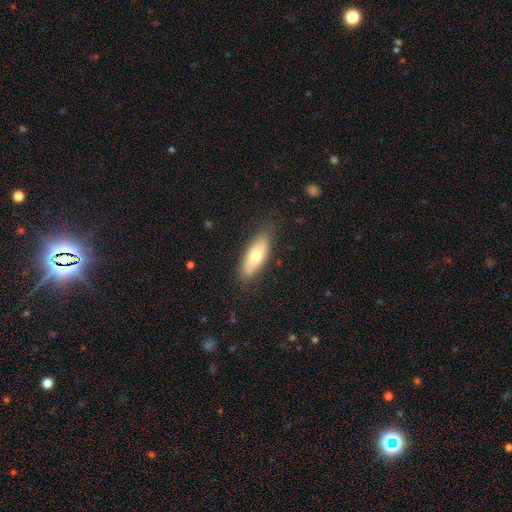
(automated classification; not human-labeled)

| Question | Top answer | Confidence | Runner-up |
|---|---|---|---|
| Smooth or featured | smooth | 72% | featured or disk (22%) |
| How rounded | in between | 67% | cigar-shaped (30%) |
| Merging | none | 82% | minor disturbance (14%) |